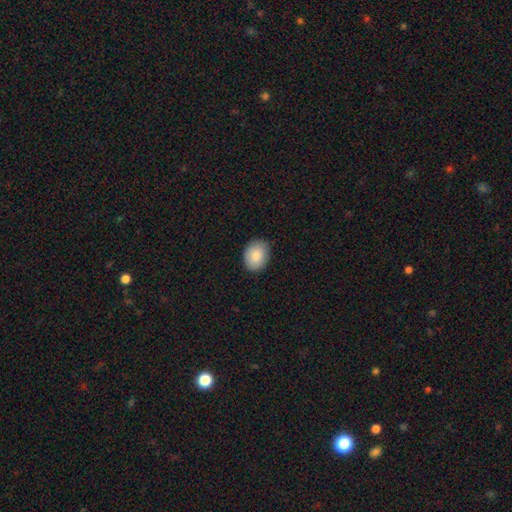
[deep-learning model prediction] Overall: smooth (87%). How rounded: in between (64%; round 35%). Merging: none (87%).